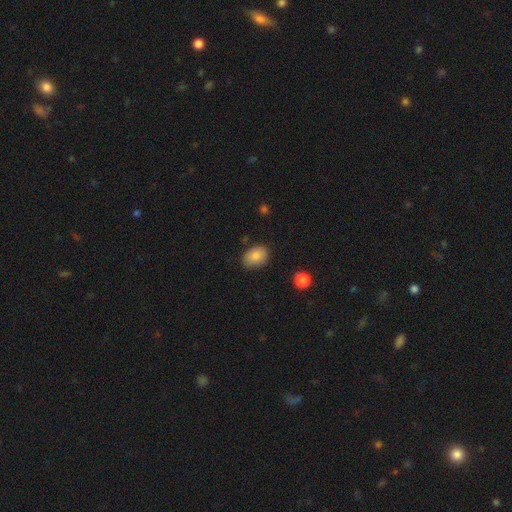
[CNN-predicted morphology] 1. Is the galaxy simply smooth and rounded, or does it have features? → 86% smooth, 8% star or artifact, 7% featured or disk.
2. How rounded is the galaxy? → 80% in between, 19% round, 1% cigar-shaped.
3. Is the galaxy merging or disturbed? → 78% none, 17% minor disturbance, 3% major disturbance, 2% merger.